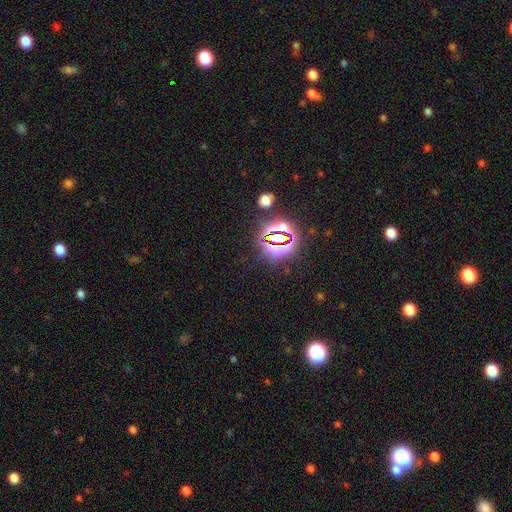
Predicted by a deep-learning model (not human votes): Overall: star or artifact (82%).